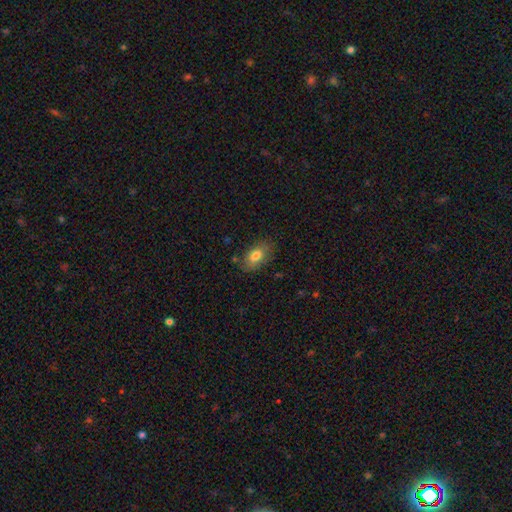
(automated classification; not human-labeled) Morphology: type=smooth (78%); roundness=in between (90%); merging=none (79%).